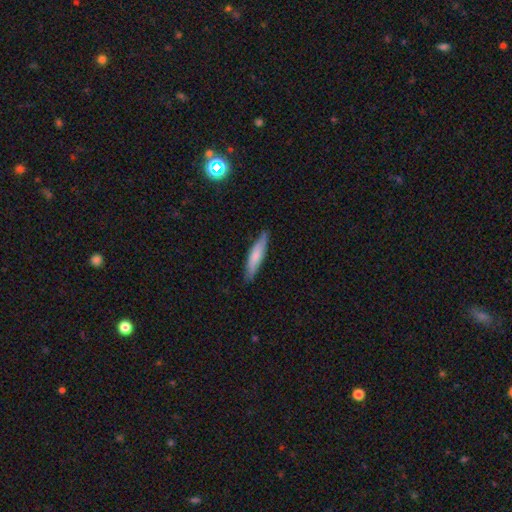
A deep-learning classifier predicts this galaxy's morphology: Q: Smooth or featured?
A: smooth (70%); runner-up: featured or disk (25%)
Q: How rounded?
A: cigar-shaped (82%); runner-up: in between (16%)
Q: Merging?
A: none (82%); runner-up: minor disturbance (15%)